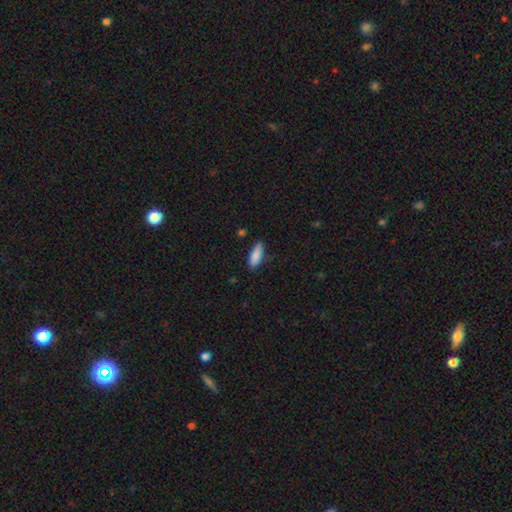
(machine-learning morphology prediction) smooth-or-featured: smooth: 87% | featured or disk: 7% | star or artifact: 6%
  how-rounded: in between: 64% | cigar-shaped: 34% | round: 2%
  merging: none: 78% | minor disturbance: 17% | major disturbance: 3% | merger: 2%